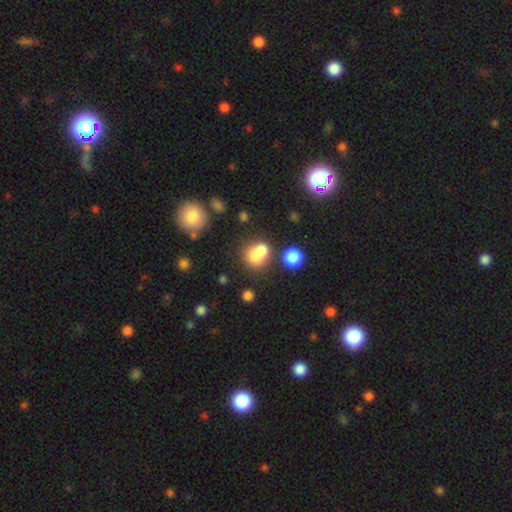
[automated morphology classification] type=smooth (70%); roundness=round (72%); merging=merger (55%).